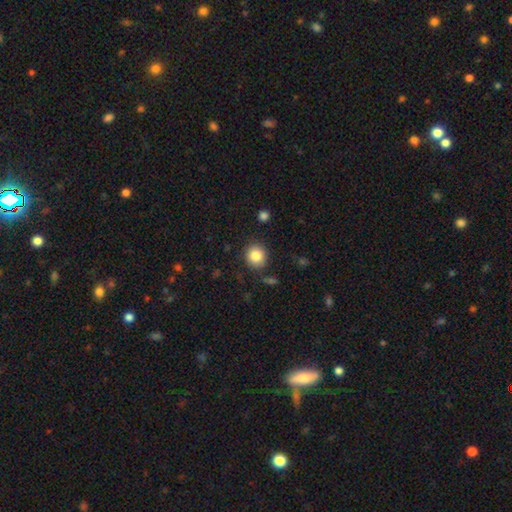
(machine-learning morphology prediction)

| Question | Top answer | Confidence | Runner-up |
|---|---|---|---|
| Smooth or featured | smooth | 84% | star or artifact (10%) |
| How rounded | round | 87% | in between (12%) |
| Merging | none | 86% | minor disturbance (9%) |